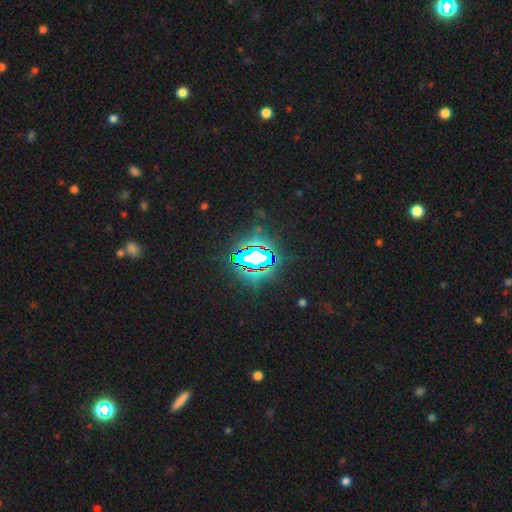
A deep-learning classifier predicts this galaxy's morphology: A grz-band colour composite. It shows a star or artifact, not a galaxy (76%).